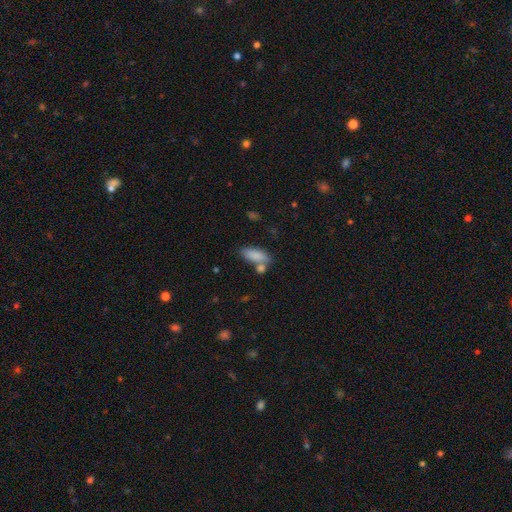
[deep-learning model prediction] The model was most divided on "merging": none: 54%, merger: 26%, minor disturbance: 14%, major disturbance: 5%. More confident: smooth or featured — smooth (85%); how rounded — in between (79%).